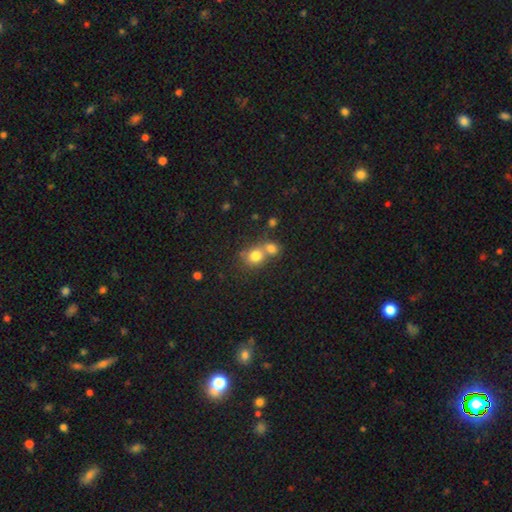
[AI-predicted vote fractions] Smooth or featured: smooth — 78% (star or artifact — 12%)
How rounded: round — 74% (in between — 25%)
Merging: merger — 53% (none — 35%)